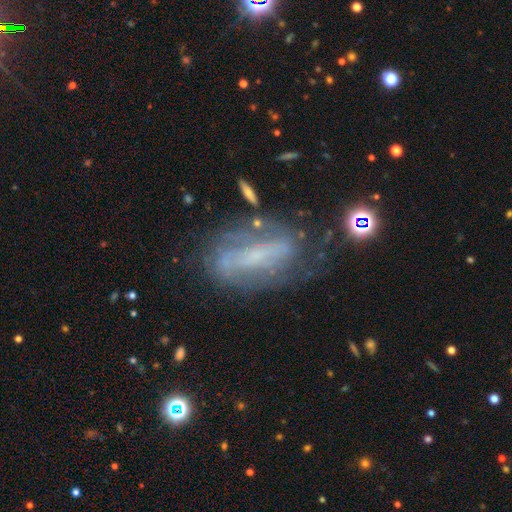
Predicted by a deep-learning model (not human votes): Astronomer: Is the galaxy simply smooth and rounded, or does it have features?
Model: featured or disk — 65%.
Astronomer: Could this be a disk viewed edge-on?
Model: no — 86%.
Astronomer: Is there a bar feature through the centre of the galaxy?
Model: strong — 39% (runner-up: weak, 33%).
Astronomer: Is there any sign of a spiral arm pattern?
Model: yes — 66%.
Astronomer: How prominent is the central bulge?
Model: small — 54%.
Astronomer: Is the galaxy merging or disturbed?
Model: none — 59%.